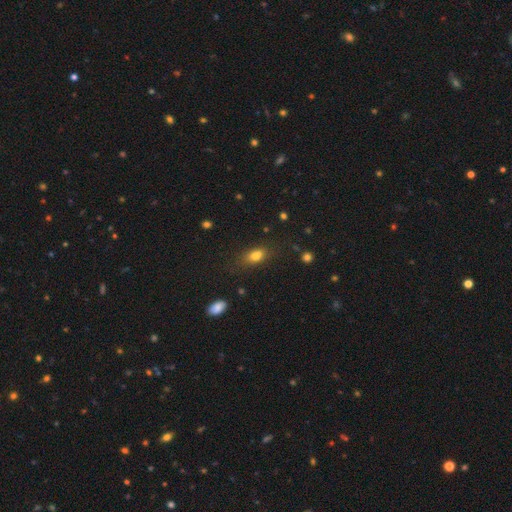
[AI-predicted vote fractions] smooth-or-featured: smooth: 77% | star or artifact: 12% | featured or disk: 11%
  how-rounded: in between: 79% | round: 13% | cigar-shaped: 8%
  merging: none: 62% | minor disturbance: 19% | merger: 12% | major disturbance: 8%